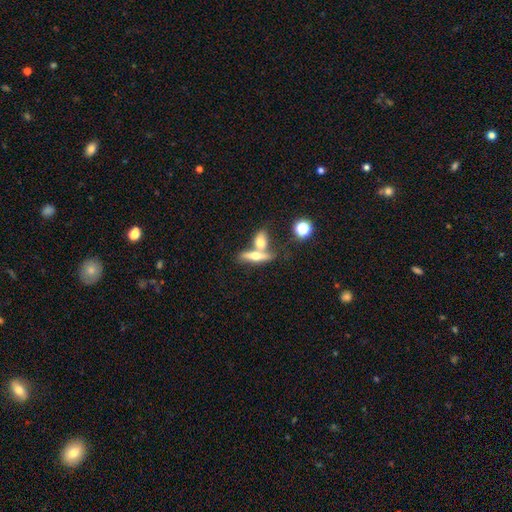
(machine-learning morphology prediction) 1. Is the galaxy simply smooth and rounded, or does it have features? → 47% featured or disk, 46% smooth, 8% star or artifact.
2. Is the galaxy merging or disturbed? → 47% merger, 40% none, 9% minor disturbance, 4% major disturbance.